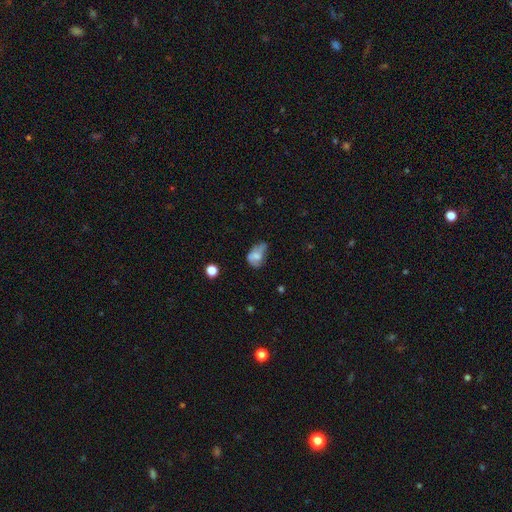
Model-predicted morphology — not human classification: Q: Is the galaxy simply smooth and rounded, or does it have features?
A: smooth — 57%.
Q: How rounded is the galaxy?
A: in between — 79%.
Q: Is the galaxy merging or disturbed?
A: minor disturbance — 36%.